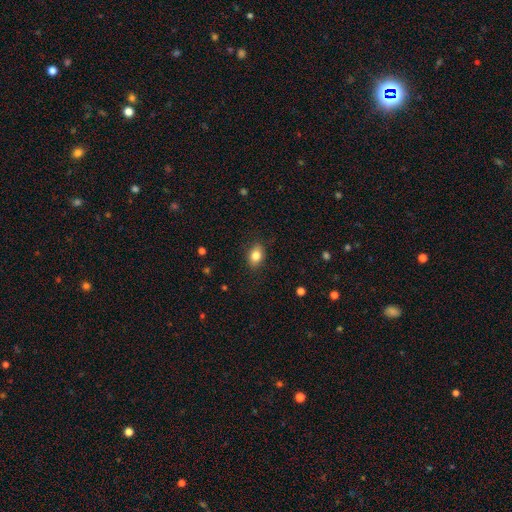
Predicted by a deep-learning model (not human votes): Morphology: type=smooth (83%); roundness=in between (77%); merging=none (85%).